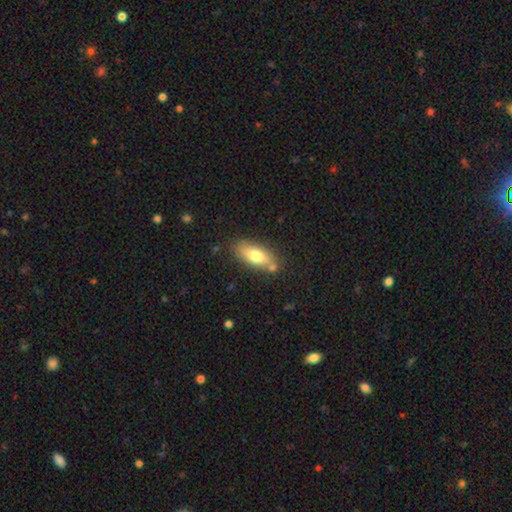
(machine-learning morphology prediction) Smooth or featured?
  - smooth: 72% *
  - featured or disk: 21%
  - star or artifact: 7%
How rounded?
  - in between: 78% *
  - cigar-shaped: 18%
  - round: 3%
Merging?
  - none: 75% *
  - minor disturbance: 14%
  - merger: 8%
  - major disturbance: 3%